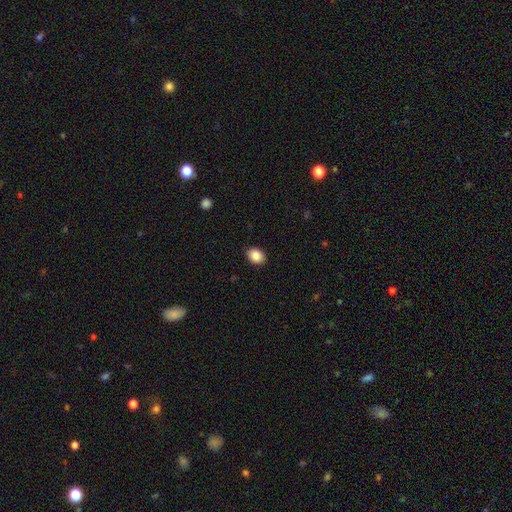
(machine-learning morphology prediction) Smooth or featured? Predicted: smooth (p=0.86). How rounded? Predicted: in between (p=0.59). Merging? Predicted: none (p=0.88).